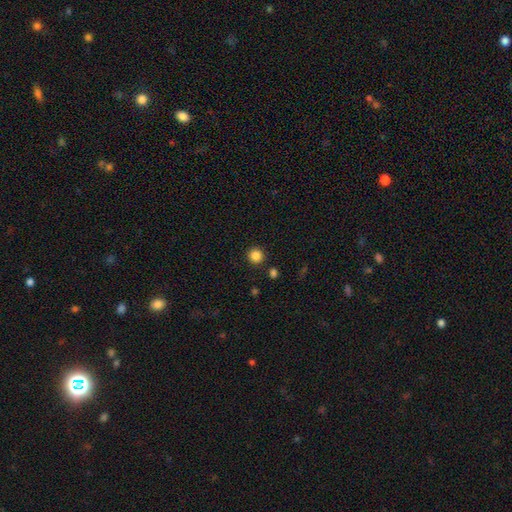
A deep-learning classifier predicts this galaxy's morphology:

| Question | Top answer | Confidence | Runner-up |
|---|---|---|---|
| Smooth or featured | smooth | 85% | star or artifact (11%) |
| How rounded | round | 94% | in between (5%) |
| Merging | none | 90% | minor disturbance (5%) |